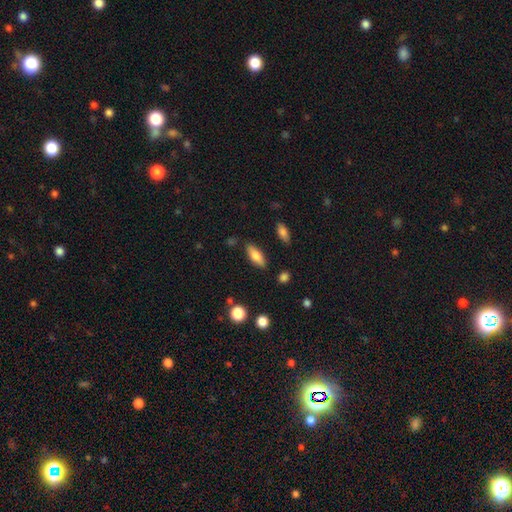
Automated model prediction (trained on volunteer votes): A smooth galaxy with no disk features (75%) that is in between round and cigar-shaped (71%). Merging: none (82%).